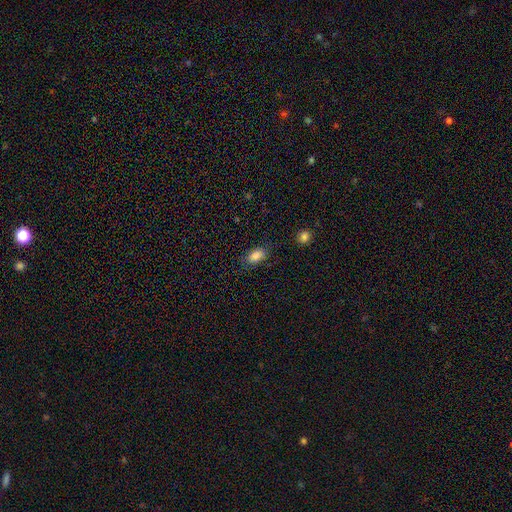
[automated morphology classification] This appears to be a smooth galaxy with no disk features (85%) that is in between round and cigar-shaped (89%). Merging: none (81%).